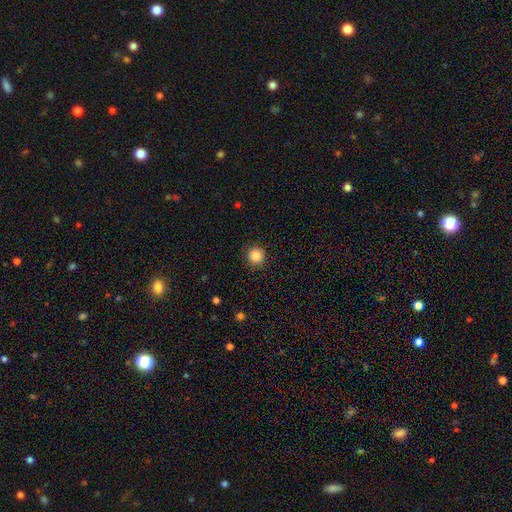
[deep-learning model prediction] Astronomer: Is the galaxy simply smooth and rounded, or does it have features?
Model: smooth — 84%.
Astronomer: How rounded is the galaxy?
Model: round — 94%.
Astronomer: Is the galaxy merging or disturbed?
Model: none — 90%.